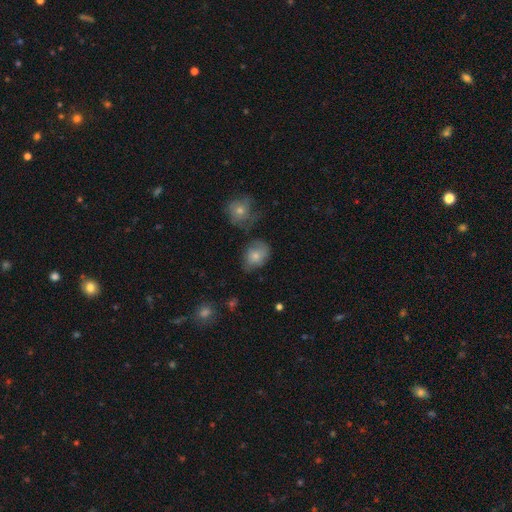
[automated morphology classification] A smooth galaxy with no disk features (73%) that is in between round and cigar-shaped (61%).

Vote fractions:
- Smooth or featured? smooth: 73% / featured or disk: 18% / star or artifact: 9%
- How rounded? in between: 61% / round: 38% / cigar-shaped: 1%
- Merging? none: 49% / minor disturbance: 31% / major disturbance: 12% / merger: 8%